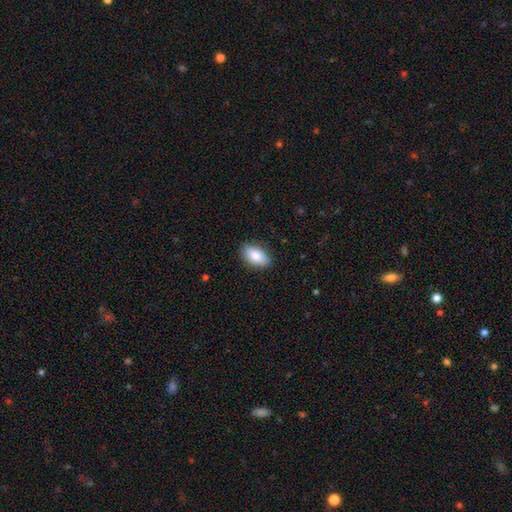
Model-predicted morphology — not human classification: smooth_or_featured: smooth (p=0.85) [alt: featured or disk p=0.08]
how_rounded: in between (p=0.92) [alt: round p=0.05]
merging: none (p=0.86) [alt: minor disturbance p=0.10]